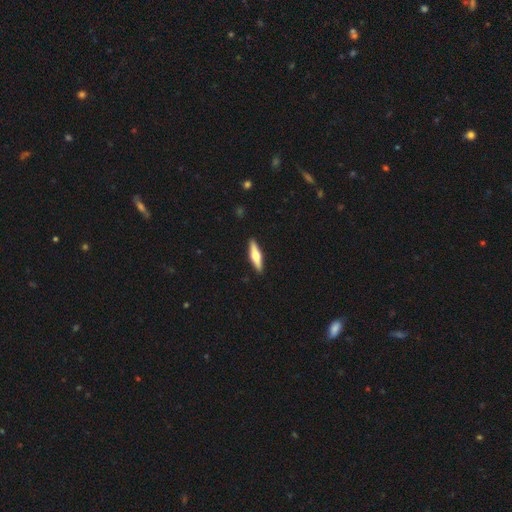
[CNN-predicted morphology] This appears to be a featured or disk galaxy (52%) viewed edge-on (95%). Merging: none (92%).